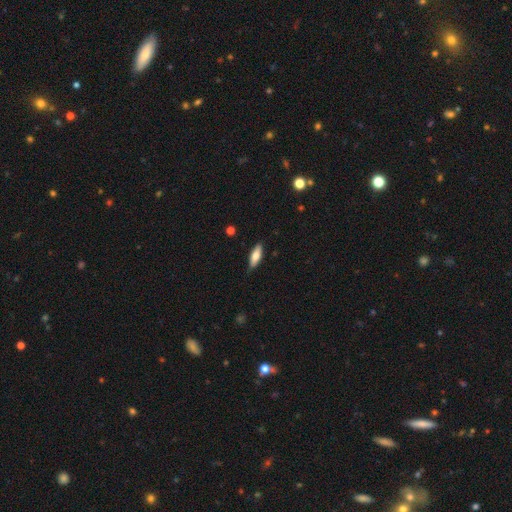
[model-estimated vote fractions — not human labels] Morphology: type=smooth (68%); roundness=in between (60%); merging=none (84%).